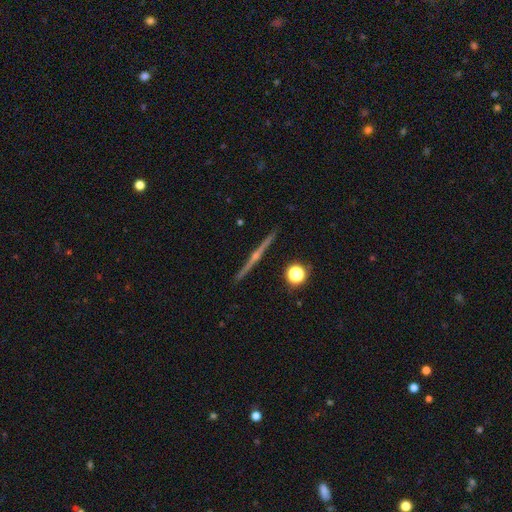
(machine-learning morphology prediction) Smooth or featured?
  - featured or disk: 84% *
  - smooth: 10%
  - star or artifact: 7%
Edge-on disk?
  - yes: 98% *
  - no: 2%
Edge-on bulge?
  - rounded: 87% *
  - none: 9%
  - boxy: 4%
Merging?
  - none: 93% *
  - minor disturbance: 5%
  - merger: 1%
  - major disturbance: 1%